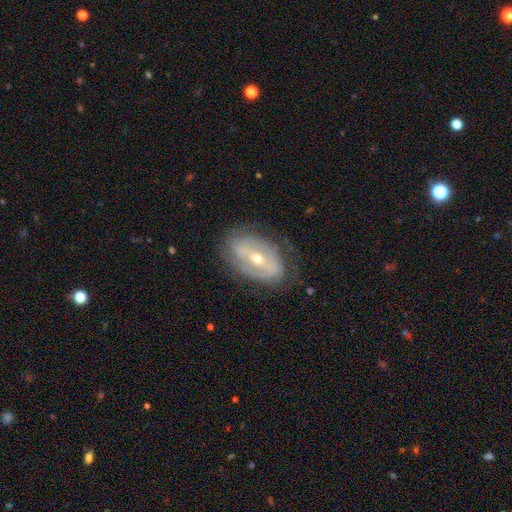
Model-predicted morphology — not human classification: smooth-or-featured: featured or disk: 73% | smooth: 18% | star or artifact: 10%
  disk-edge-on: no: 92% | yes: 8%
    bar: weak: 37% | strong: 32% | no: 31%
    has-spiral-arms: yes: 73% | no: 27%
    bulge-size: moderate: 52% | small: 44% | large: 2% | none: 1% | dominant: 1%
  merging: none: 77% | minor disturbance: 16% | major disturbance: 6% | merger: 1%